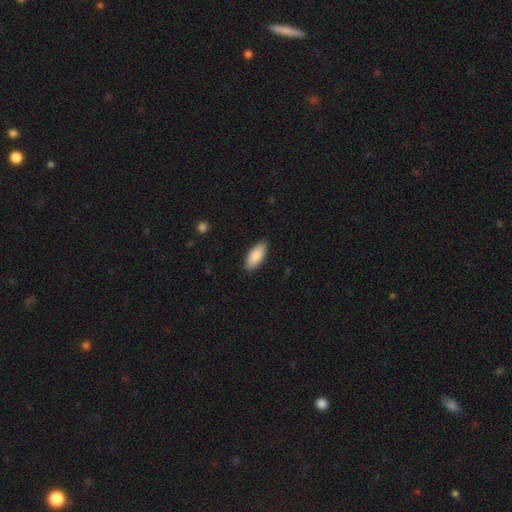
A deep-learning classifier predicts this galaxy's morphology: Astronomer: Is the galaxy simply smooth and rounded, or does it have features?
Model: smooth — 90%.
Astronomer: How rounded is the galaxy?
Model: in between — 87%.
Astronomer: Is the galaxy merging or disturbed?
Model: none — 89%.